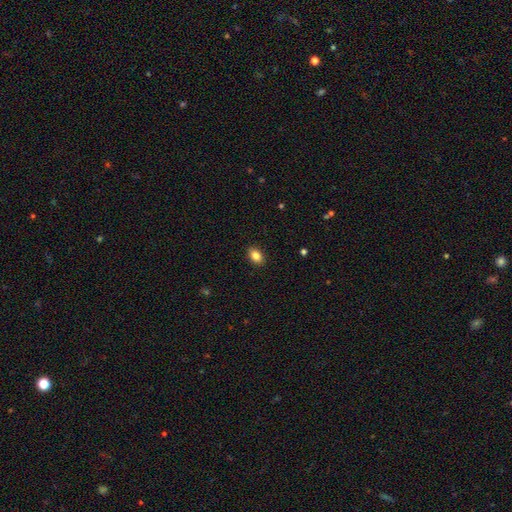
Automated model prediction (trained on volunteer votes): smooth 86%, star or artifact 9%, featured or disk 6%. Down the decision tree: how rounded — in between (81%); merging — none (90%).